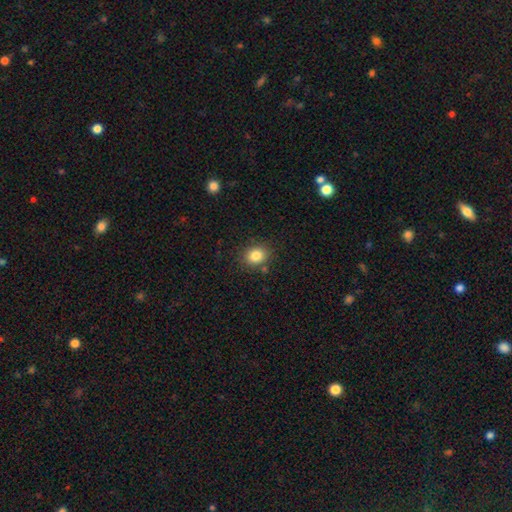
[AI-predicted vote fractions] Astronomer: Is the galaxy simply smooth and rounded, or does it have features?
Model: smooth — 83%.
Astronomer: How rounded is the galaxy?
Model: round — 60% (runner-up: in between, 40%).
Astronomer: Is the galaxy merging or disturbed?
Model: none — 83%.